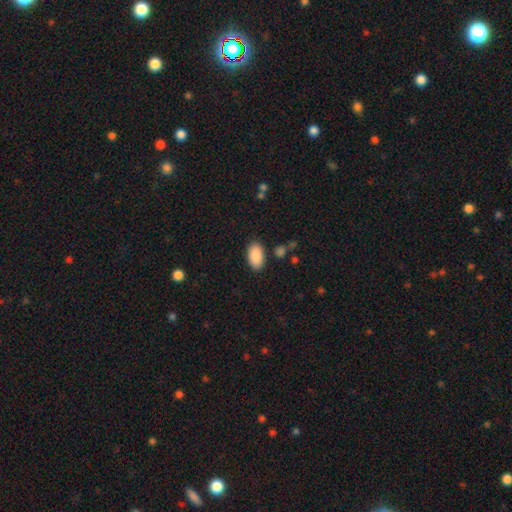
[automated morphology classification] Smooth or featured?
  - smooth: 90% *
  - star or artifact: 7%
  - featured or disk: 4%
How rounded?
  - in between: 95% *
  - round: 3%
  - cigar-shaped: 2%
Merging?
  - none: 85% *
  - minor disturbance: 9%
  - major disturbance: 3%
  - merger: 3%